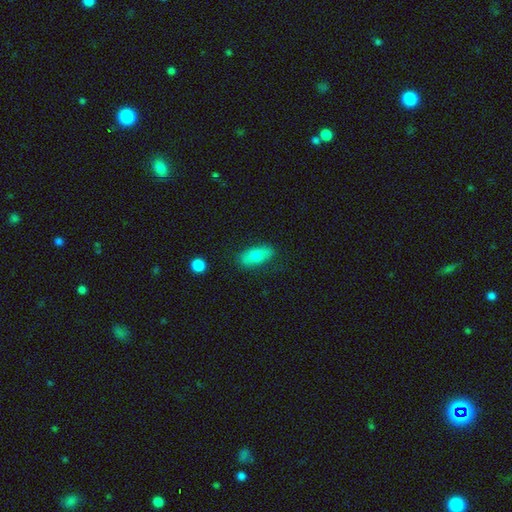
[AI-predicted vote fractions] Smooth or featured? smooth (71%)
How rounded? in between (83%)
Merging? none (80%)